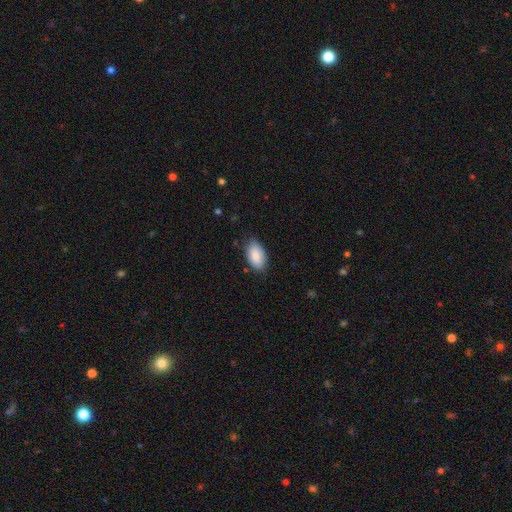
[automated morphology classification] smooth_or_featured: smooth (p=0.87) [alt: featured or disk p=0.07]
how_rounded: in between (p=0.94) [alt: round p=0.04]
merging: none (p=0.78) [alt: minor disturbance p=0.17]